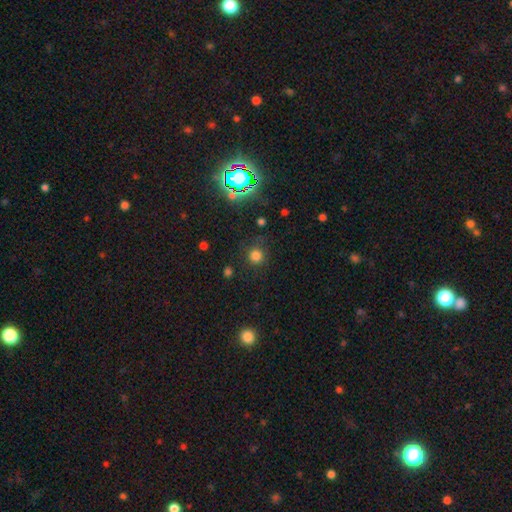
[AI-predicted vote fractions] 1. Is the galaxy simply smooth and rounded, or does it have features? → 74% smooth, 21% star or artifact, 5% featured or disk.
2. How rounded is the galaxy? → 93% round, 6% in between, 1% cigar-shaped.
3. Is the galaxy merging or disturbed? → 83% none, 10% minor disturbance, 5% major disturbance, 2% merger.